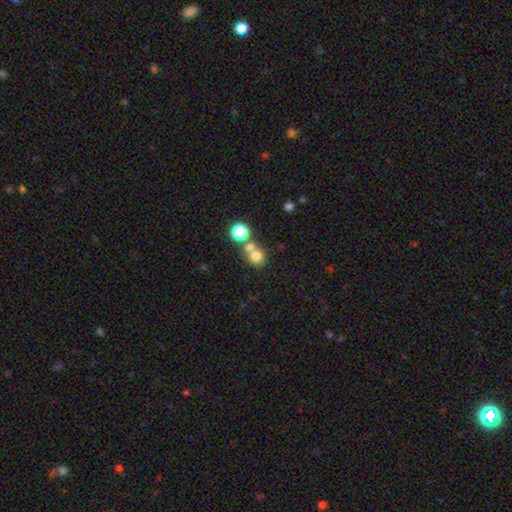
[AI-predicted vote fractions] Morphology: type=smooth (74%); roundness=round (84%); merging=none (49%).